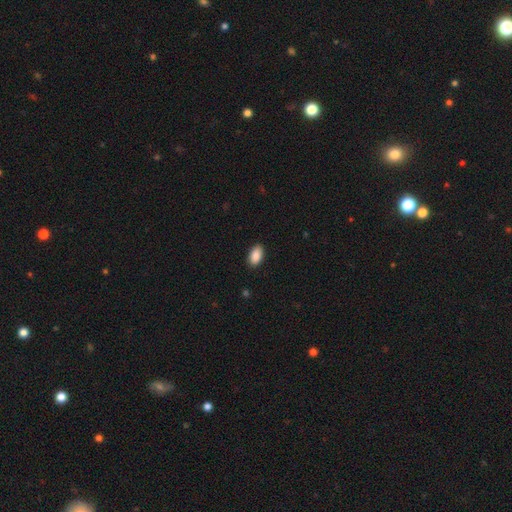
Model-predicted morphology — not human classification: smooth_or_featured: smooth (p=0.90) [alt: star or artifact p=0.07]
how_rounded: in between (p=0.94) [alt: round p=0.04]
merging: none (p=0.88) [alt: minor disturbance p=0.09]